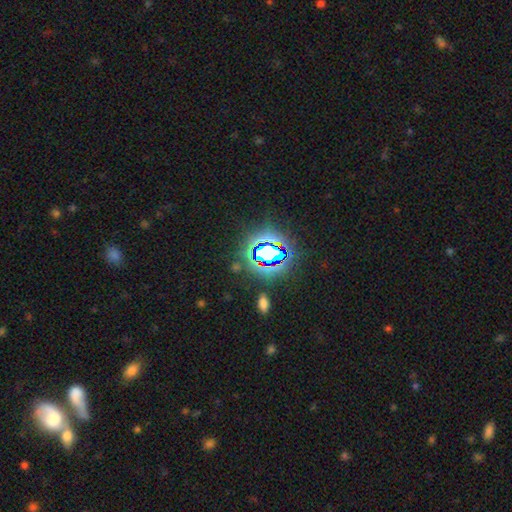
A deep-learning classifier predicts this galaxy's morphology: smooth_or_featured: star or artifact (p=0.81) [alt: smooth p=0.12]